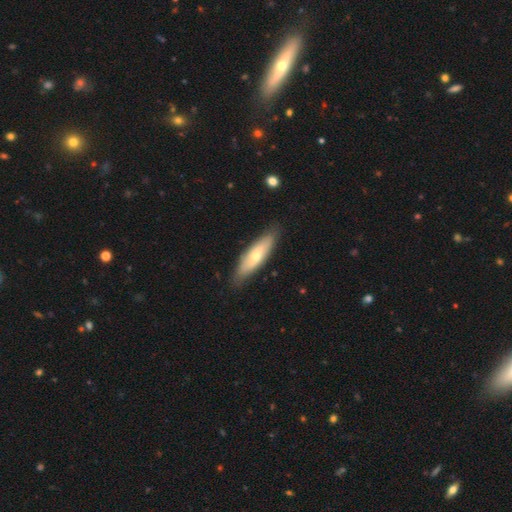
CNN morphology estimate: Q: Smooth or featured?
A: smooth (55%); runner-up: featured or disk (40%)
Q: How rounded?
A: cigar-shaped (58%); runner-up: in between (40%)
Q: Merging?
A: none (84%); runner-up: minor disturbance (12%)